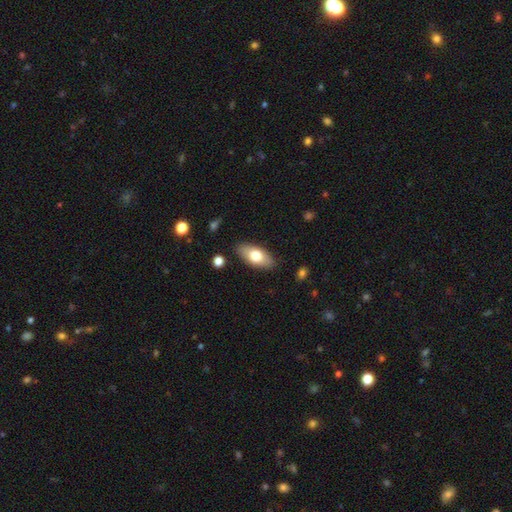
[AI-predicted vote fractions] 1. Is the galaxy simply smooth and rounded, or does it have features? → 72% smooth, 22% featured or disk, 6% star or artifact.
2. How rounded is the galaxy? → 89% in between, 8% cigar-shaped, 3% round.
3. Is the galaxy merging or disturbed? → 87% none, 10% minor disturbance, 2% major disturbance, 1% merger.